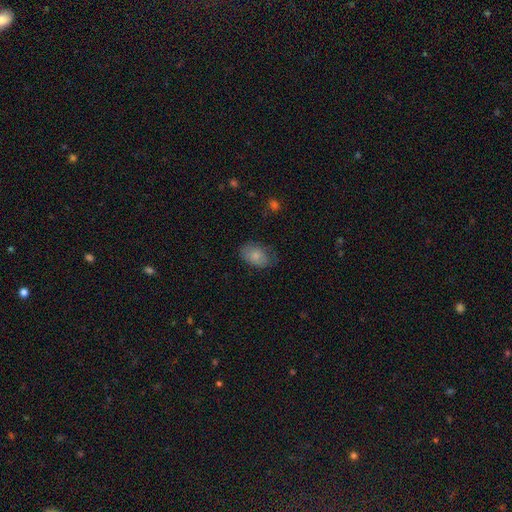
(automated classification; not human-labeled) smooth-or-featured: smooth: 80% | featured or disk: 13% | star or artifact: 7%
  how-rounded: in between: 87% | round: 12% | cigar-shaped: 1%
  merging: none: 66% | minor disturbance: 26% | major disturbance: 7% | merger: 1%